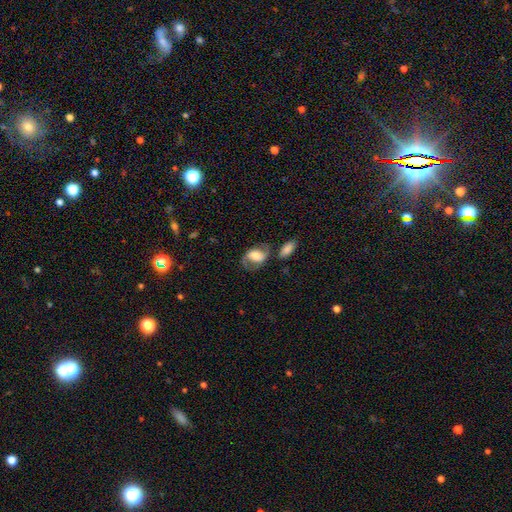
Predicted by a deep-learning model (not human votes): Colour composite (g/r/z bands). It shows a featured or disk galaxy (55%) with a weak bar (37%), spiral arms (80%) and a large central bulge (38%). Merging: none (57%).